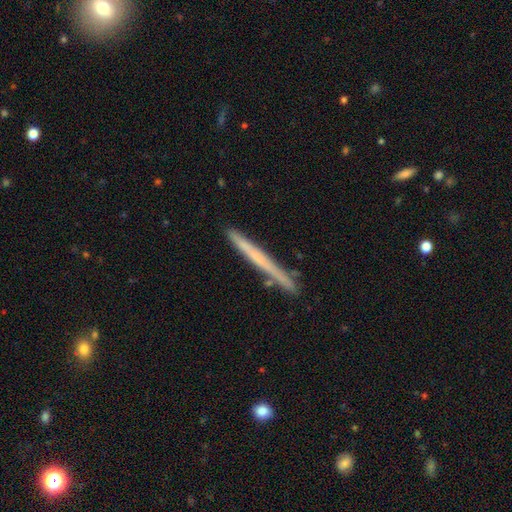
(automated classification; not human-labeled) smooth_or_featured: smooth (p=0.47) [tied with: featured or disk p=0.47]
merging: none (p=0.87) [alt: minor disturbance p=0.09]